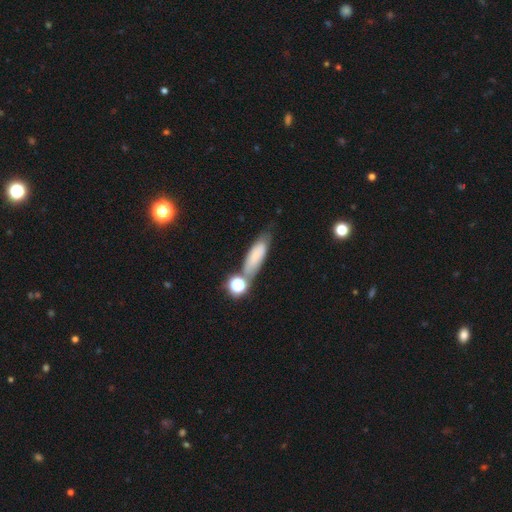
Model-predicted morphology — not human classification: The model was most divided on "how rounded": in between: 51%, cigar-shaped: 46%, round: 3%. More confident: smooth or featured — smooth (71%); merging — none (58%).